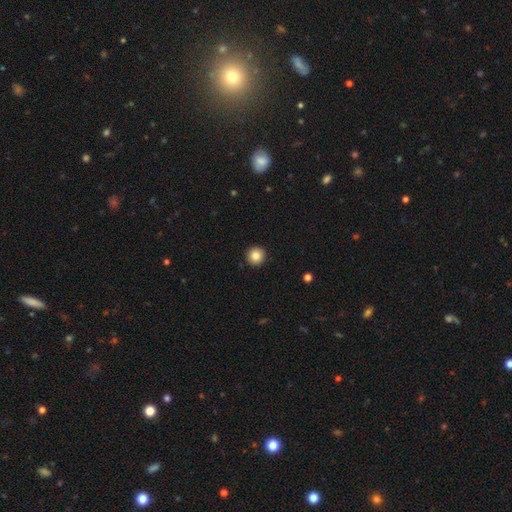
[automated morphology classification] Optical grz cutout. It shows a smooth galaxy with no disk features (85%) that is round (95%). Merging: none (93%).